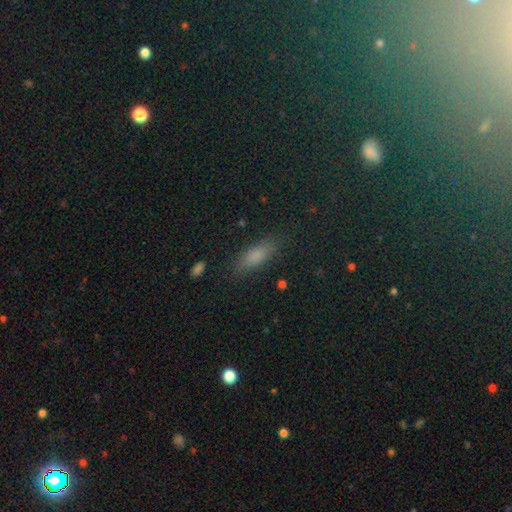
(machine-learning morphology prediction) Smooth or featured: smooth — 80% (star or artifact — 10%)
How rounded: in between — 66% (cigar-shaped — 31%)
Merging: none — 81% (minor disturbance — 13%)